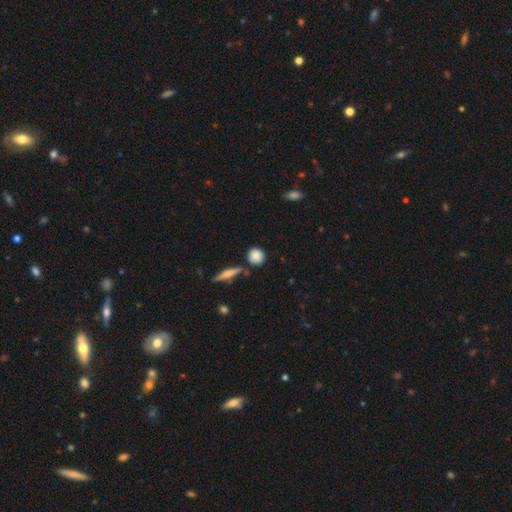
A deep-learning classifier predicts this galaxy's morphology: Overall: smooth (84%). How rounded: round (86%). Merging: none (80%).